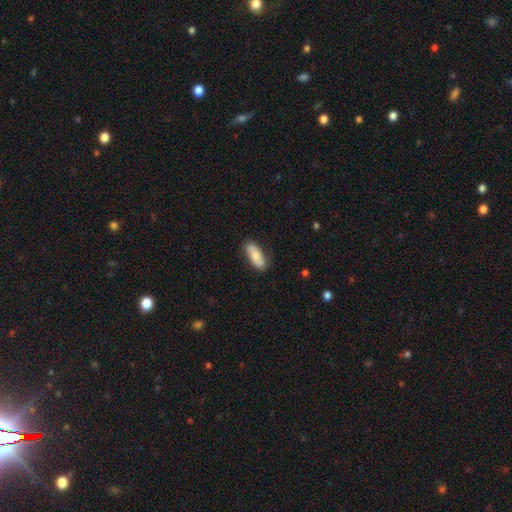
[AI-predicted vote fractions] Smooth or featured: smooth — 75% (featured or disk — 20%)
How rounded: in between — 75% (cigar-shaped — 23%)
Merging: none — 81% (minor disturbance — 15%)